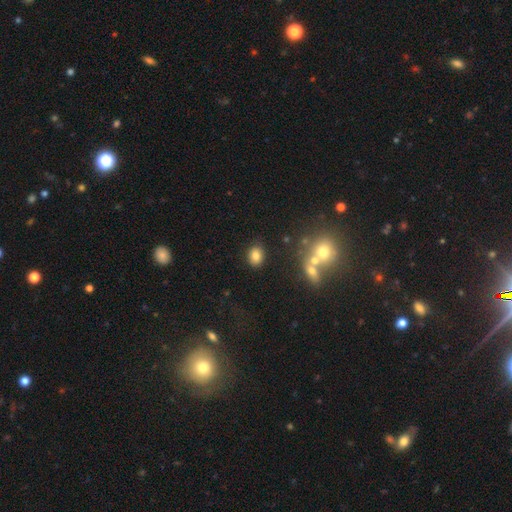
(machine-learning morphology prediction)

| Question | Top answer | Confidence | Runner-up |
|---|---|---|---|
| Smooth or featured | smooth | 81% | star or artifact (11%) |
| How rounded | in between | 58% | round (41%) |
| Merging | none | 84% | minor disturbance (9%) |